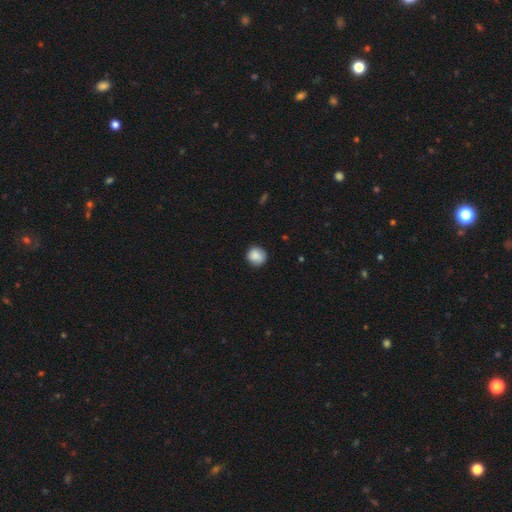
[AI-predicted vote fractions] Q: Smooth or featured?
A: smooth (87%); runner-up: star or artifact (8%)
Q: How rounded?
A: round (89%); runner-up: in between (10%)
Q: Merging?
A: none (84%); runner-up: minor disturbance (12%)